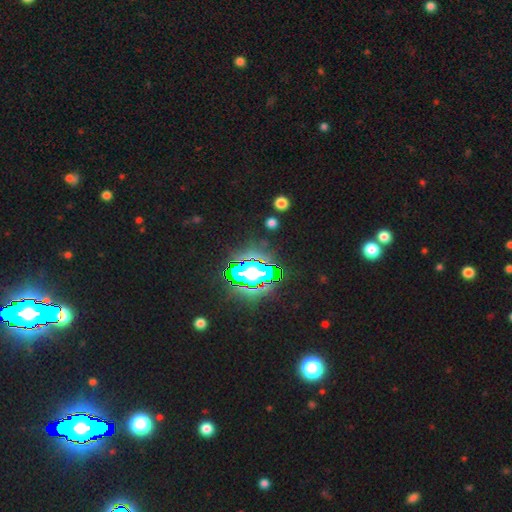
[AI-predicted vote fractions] A star or artifact, not a galaxy (82%).

Vote fractions:
- Smooth or featured? star or artifact: 82% / smooth: 10% / featured or disk: 8%